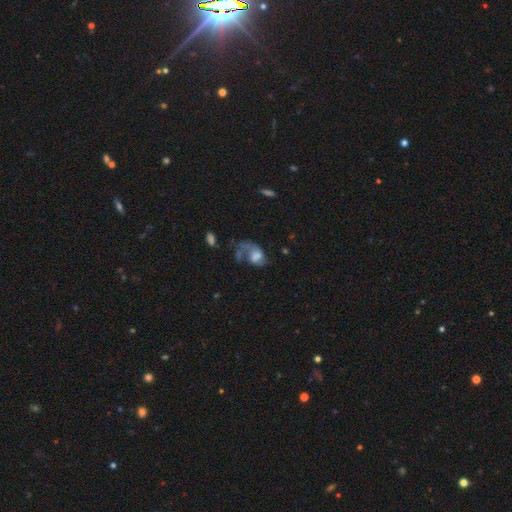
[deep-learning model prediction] Smooth or featured?
  - featured or disk: 57% *
  - smooth: 32%
  - star or artifact: 11%
Edge-on disk?
  - no: 97% *
  - yes: 3%
Bar?
  - no: 65% *
  - weak: 29%
  - strong: 6%
Spiral arms?
  - yes: 72% *
  - no: 28%
Bulge size?
  - moderate: 29% *
  - none: 25%
  - large: 24%
  - small: 17%
  - dominant: 5%
Merging?
  - major disturbance: 52% *
  - none: 24%
  - minor disturbance: 14%
  - merger: 9%